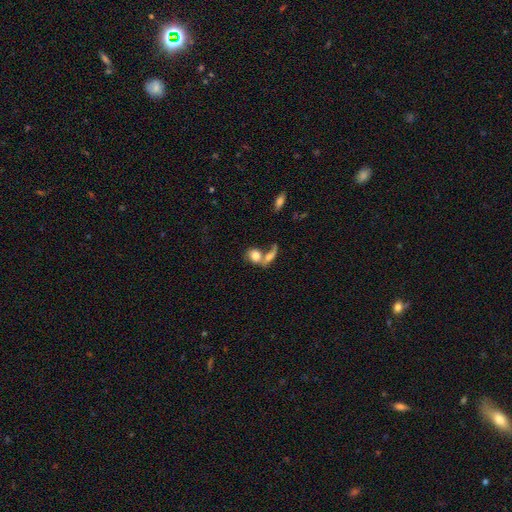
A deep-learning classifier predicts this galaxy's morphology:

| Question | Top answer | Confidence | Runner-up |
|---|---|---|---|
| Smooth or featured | smooth | 75% | featured or disk (17%) |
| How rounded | in between | 53% | round (43%) |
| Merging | merger | 56% | none (28%) |